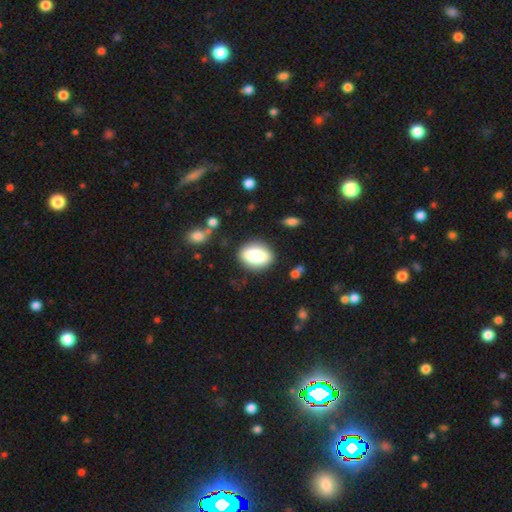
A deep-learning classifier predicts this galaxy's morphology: type=smooth (76%); roundness=in between (71%); merging=none (84%).